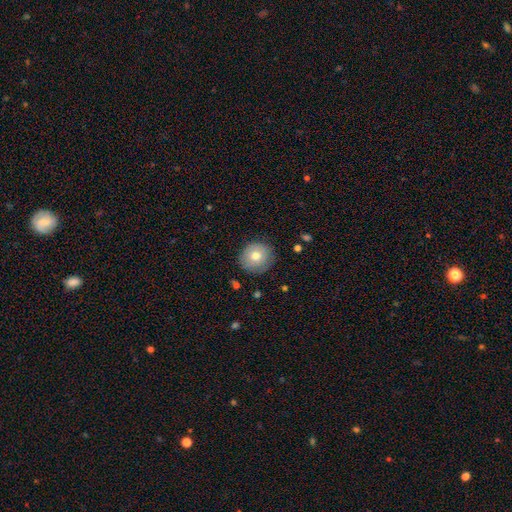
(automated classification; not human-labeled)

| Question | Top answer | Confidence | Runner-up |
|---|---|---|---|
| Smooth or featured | smooth | 75% | featured or disk (16%) |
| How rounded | round | 89% | in between (10%) |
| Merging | none | 85% | minor disturbance (11%) |